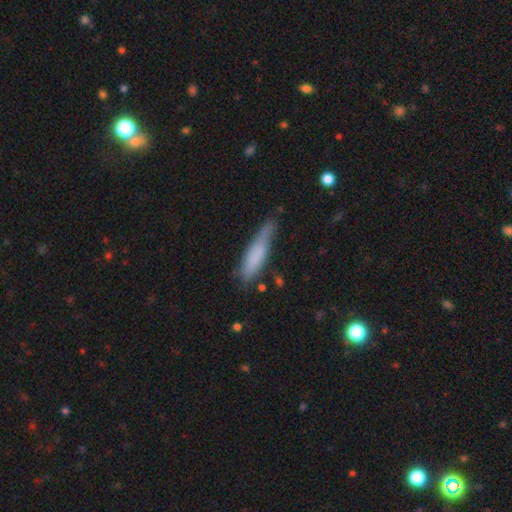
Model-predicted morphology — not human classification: smooth_or_featured: smooth (p=0.71) [alt: featured or disk p=0.22]
how_rounded: cigar-shaped (p=0.76) [alt: in between p=0.23]
merging: none (p=0.55) [alt: minor disturbance p=0.33]